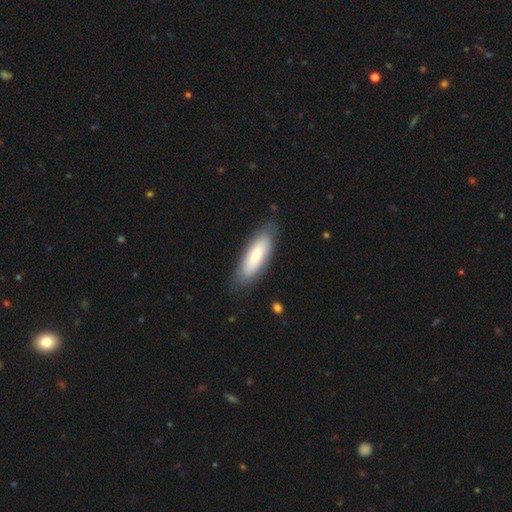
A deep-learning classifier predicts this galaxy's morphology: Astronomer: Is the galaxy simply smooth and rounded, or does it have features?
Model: smooth — 70%.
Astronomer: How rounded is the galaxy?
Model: in between — 60% (runner-up: cigar-shaped, 39%).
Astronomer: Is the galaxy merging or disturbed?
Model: none — 78%.